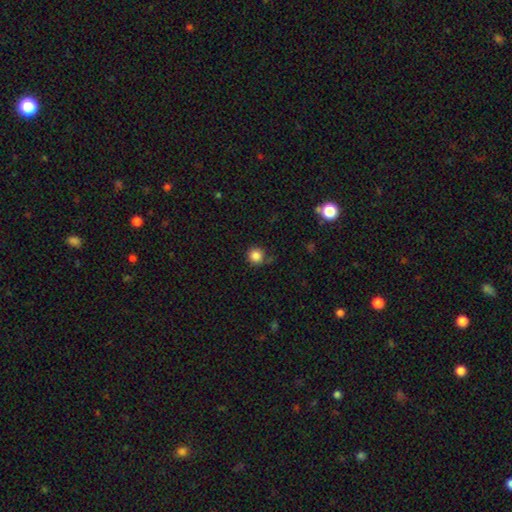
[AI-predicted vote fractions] smooth_or_featured: smooth (p=0.85) [alt: star or artifact p=0.11]
how_rounded: round (p=0.94) [alt: in between p=0.05]
merging: none (p=0.78) [alt: minor disturbance p=0.15]